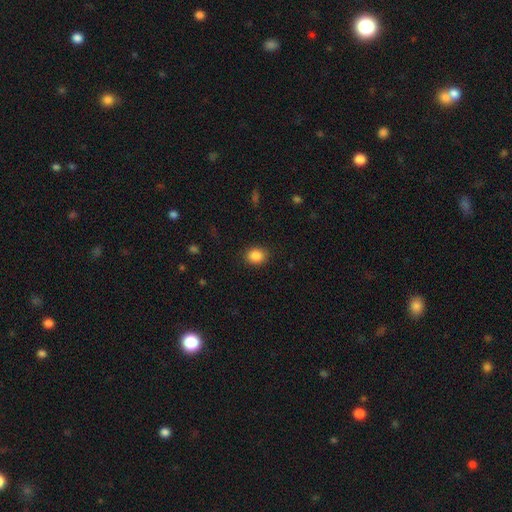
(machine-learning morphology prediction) Smooth or featured? smooth (87%)
How rounded? round (56%)
Merging? none (88%)